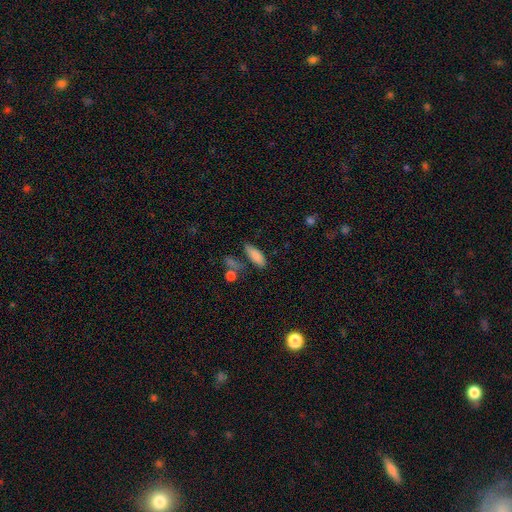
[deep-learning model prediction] Smooth or featured?
  - smooth: 84% *
  - star or artifact: 8%
  - featured or disk: 8%
How rounded?
  - in between: 63% *
  - cigar-shaped: 34%
  - round: 3%
Merging?
  - none: 65% *
  - minor disturbance: 20%
  - merger: 9%
  - major disturbance: 6%